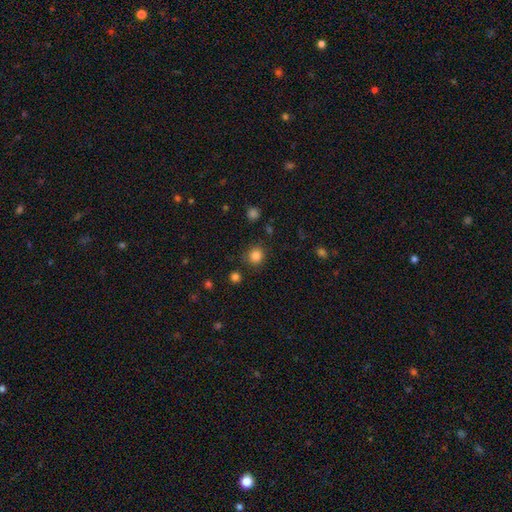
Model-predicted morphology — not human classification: Overall: smooth (84%). How rounded: round (89%). Merging: none (85%).